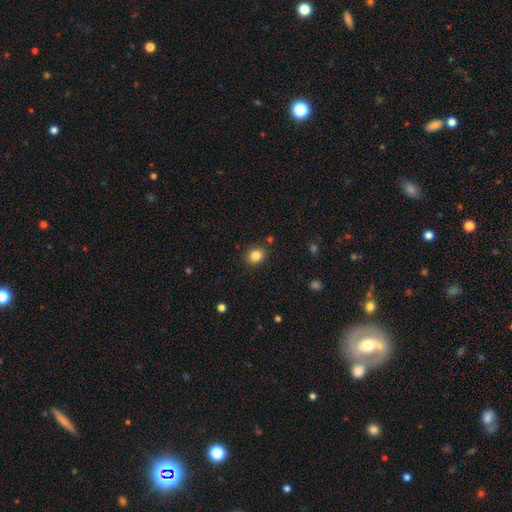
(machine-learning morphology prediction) Q: Smooth or featured?
A: smooth (84%); runner-up: star or artifact (11%)
Q: How rounded?
A: round (65%); runner-up: in between (34%)
Q: Merging?
A: none (87%); runner-up: minor disturbance (8%)